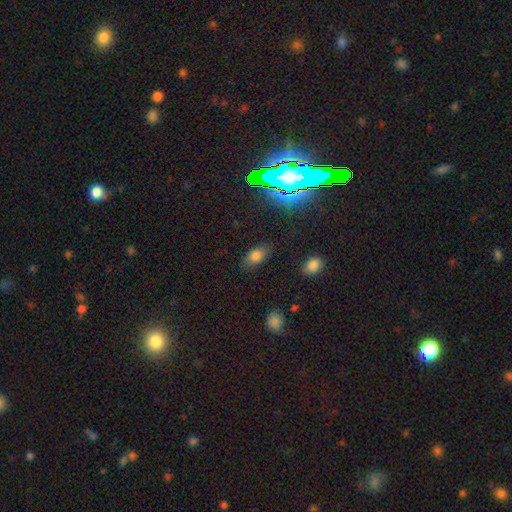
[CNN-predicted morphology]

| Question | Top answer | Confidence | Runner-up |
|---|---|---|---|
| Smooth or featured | smooth | 76% | star or artifact (15%) |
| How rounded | in between | 87% | round (9%) |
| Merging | none | 79% | minor disturbance (15%) |